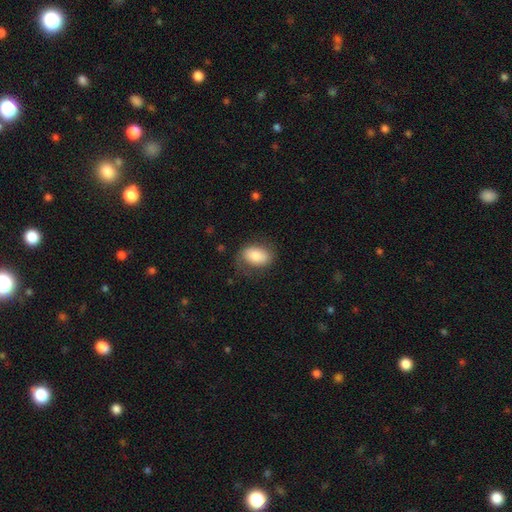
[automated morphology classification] Overall: smooth (79%). How rounded: in between (87%). Merging: none (70%).